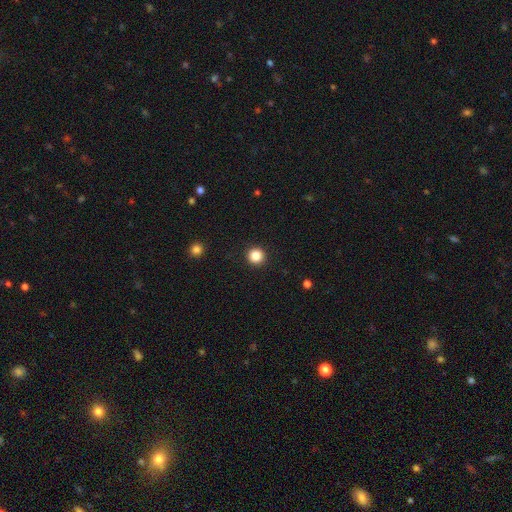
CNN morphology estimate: type=smooth (85%); roundness=round (95%); merging=none (93%).